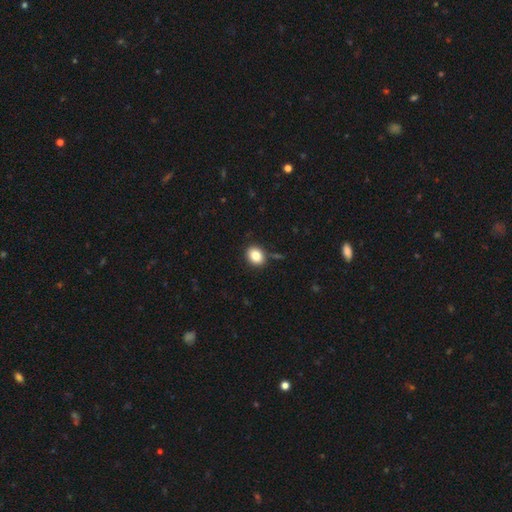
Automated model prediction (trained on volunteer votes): The model was most divided on "how rounded": in between: 56%, round: 43%, cigar-shaped: 1%. More confident: merging — none (86%); smooth or featured — smooth (85%).